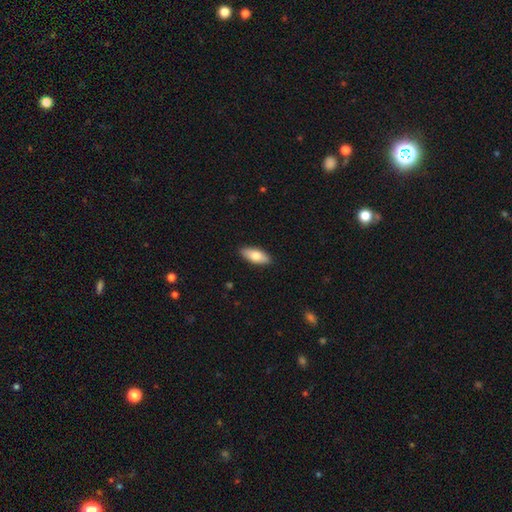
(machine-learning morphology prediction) Smooth or featured? Predicted: smooth (p=0.77). How rounded? Predicted: in between (p=0.81). Merging? Predicted: none (p=0.90).